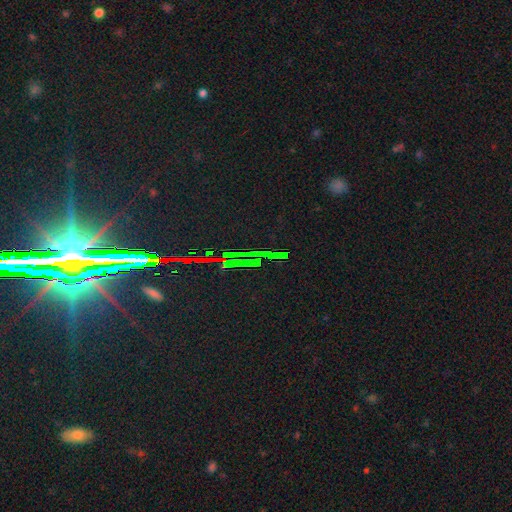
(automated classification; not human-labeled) Overall: star or artifact (80%).